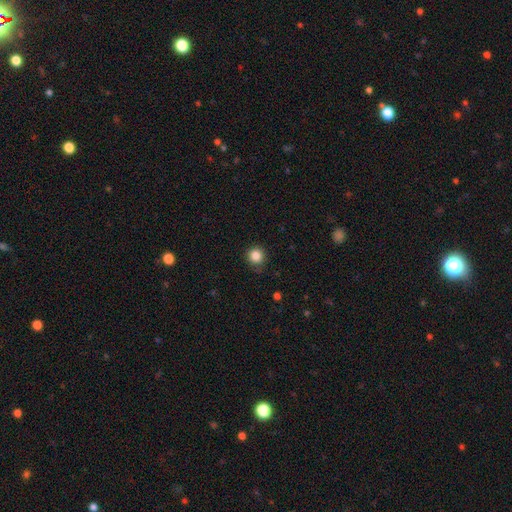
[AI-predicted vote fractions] Smooth or featured? Predicted: smooth (p=0.85). How rounded? Predicted: round (p=0.93). Merging? Predicted: none (p=0.86).